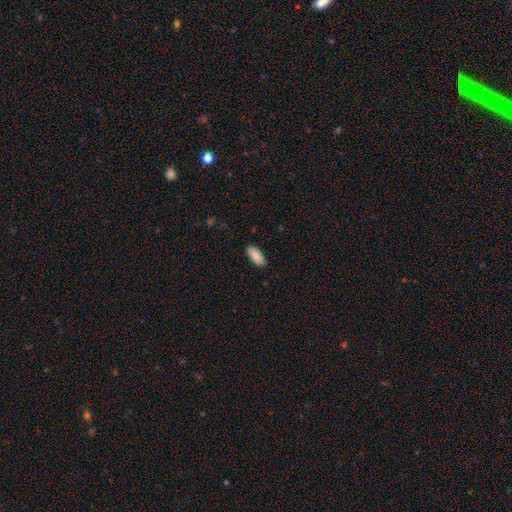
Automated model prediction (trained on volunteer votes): The model was most divided on "how rounded": in between: 84%, cigar-shaped: 14%, round: 2%. More confident: merging — none (88%); smooth or featured — smooth (88%).